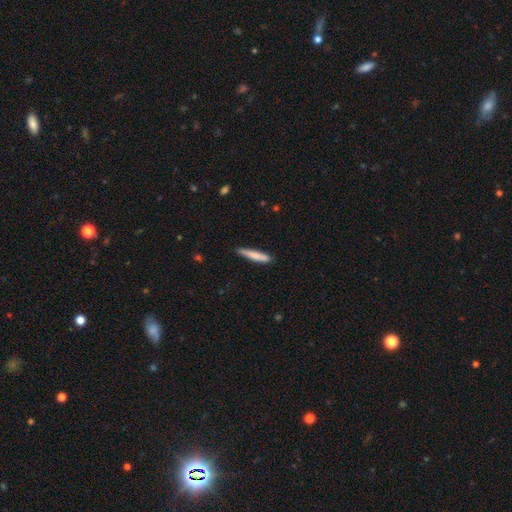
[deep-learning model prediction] smooth-or-featured: smooth: 72% | featured or disk: 22% | star or artifact: 5%
  how-rounded: cigar-shaped: 92% | in between: 7% | round: 1%
  merging: none: 81% | minor disturbance: 15% | major disturbance: 2% | merger: 2%